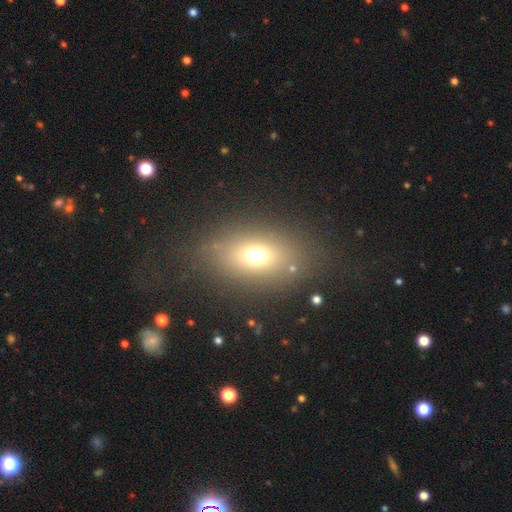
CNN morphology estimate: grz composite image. It shows a smooth galaxy with no disk features (65%) that is in between round and cigar-shaped (64%). Merging: none (81%).